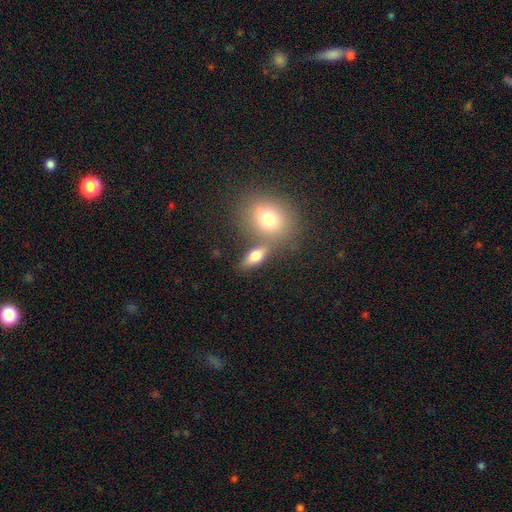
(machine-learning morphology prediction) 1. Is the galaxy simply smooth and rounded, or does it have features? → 74% smooth, 16% featured or disk, 10% star or artifact.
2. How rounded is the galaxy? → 69% in between, 20% round, 11% cigar-shaped.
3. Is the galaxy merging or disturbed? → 59% none, 26% merger, 11% minor disturbance, 5% major disturbance.